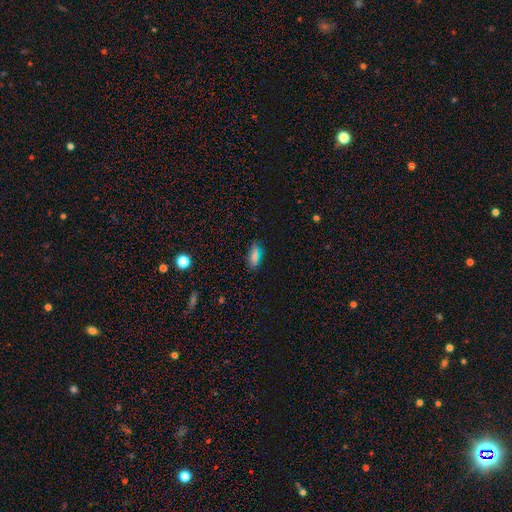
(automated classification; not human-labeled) Overall: smooth (70%). How rounded: in between (67%). Merging: none (83%).